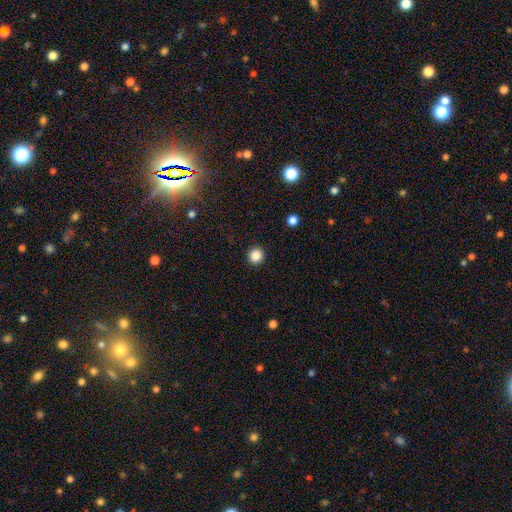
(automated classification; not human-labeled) This appears to be a smooth galaxy with no disk features (86%) that is round (94%). Merging: none (93%).